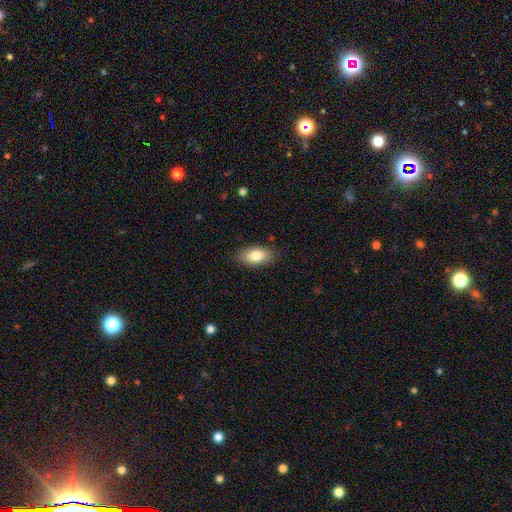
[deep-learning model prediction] Morphology: type=smooth (82%); roundness=in between (90%); merging=none (86%).